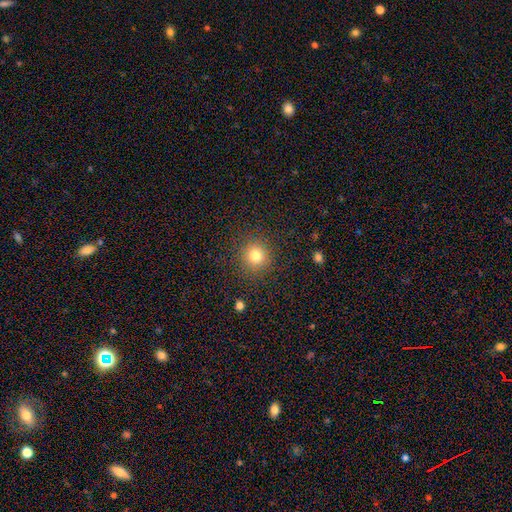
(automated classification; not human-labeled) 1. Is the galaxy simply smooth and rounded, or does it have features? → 79% smooth, 14% star or artifact, 7% featured or disk.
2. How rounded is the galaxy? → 93% round, 6% in between, 1% cigar-shaped.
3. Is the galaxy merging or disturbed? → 89% none, 7% minor disturbance, 3% major disturbance, 1% merger.